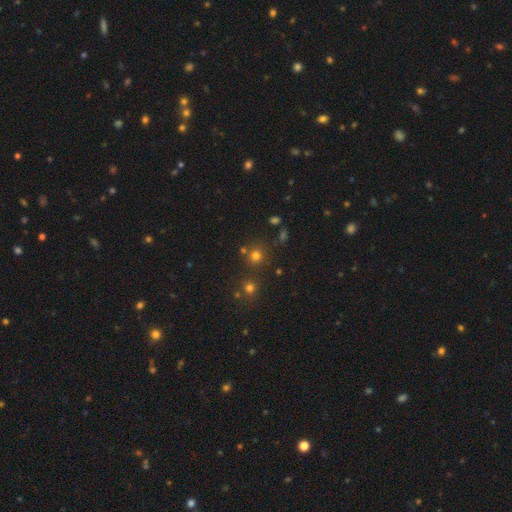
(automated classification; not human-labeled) smooth-or-featured: smooth: 70% | star or artifact: 23% | featured or disk: 7%
  how-rounded: round: 90% | in between: 9% | cigar-shaped: 1%
  merging: none: 76% | merger: 12% | minor disturbance: 8% | major disturbance: 4%